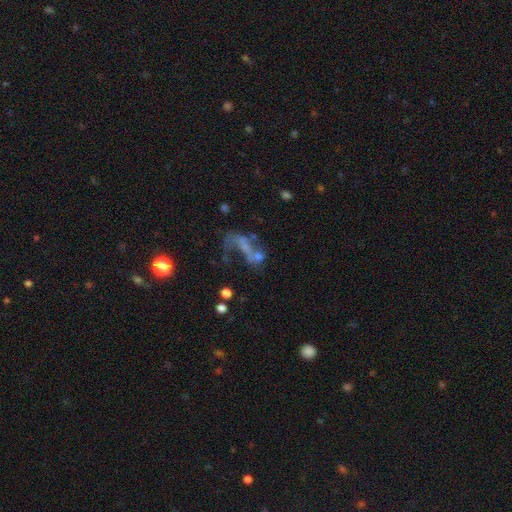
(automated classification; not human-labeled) This is possibly a featured or disk galaxy (48%). Merging: marginally major disturbance (35%).